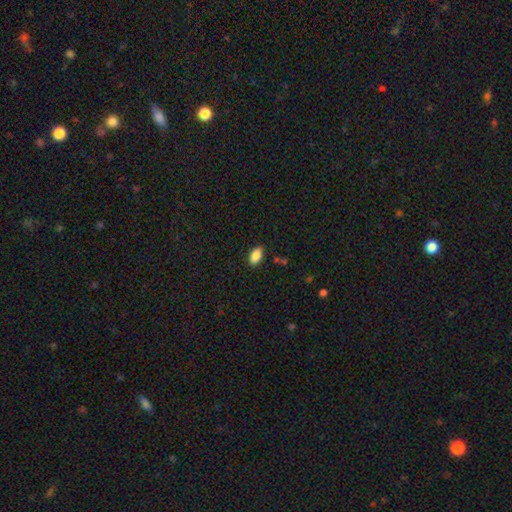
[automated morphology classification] smooth 88%, star or artifact 8%, featured or disk 5%. Down the decision tree: how rounded — in between (93%); merging — none (87%).